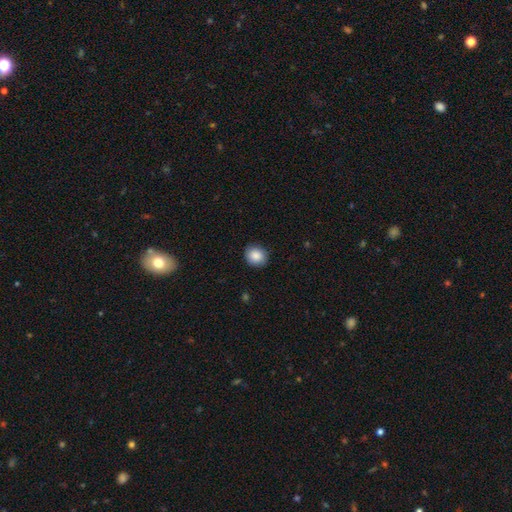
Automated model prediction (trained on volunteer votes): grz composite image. It shows a smooth galaxy with no disk features (87%) that is round (80%). Merging: none (87%).